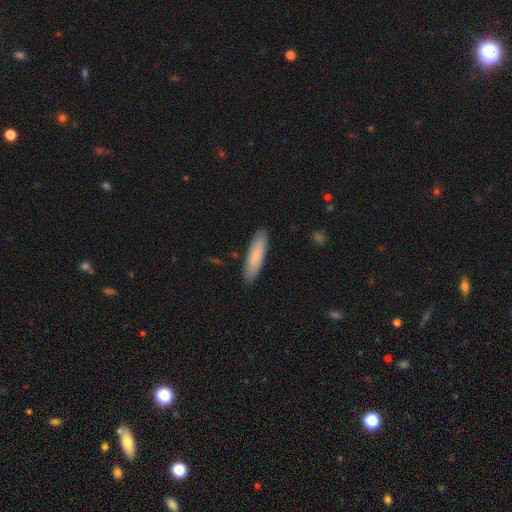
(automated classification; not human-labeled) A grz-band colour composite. It shows a smooth galaxy with no disk features (82%) that is cigar-shaped (75%). Merging: none (89%).